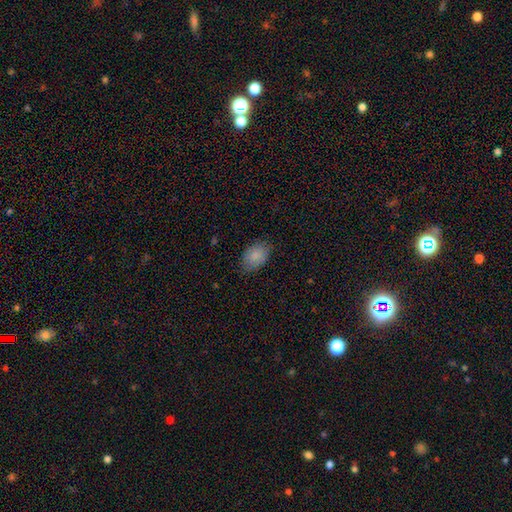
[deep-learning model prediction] This appears to be a smooth galaxy with no disk features (86%) that is in between round and cigar-shaped (86%). Merging: none (78%).